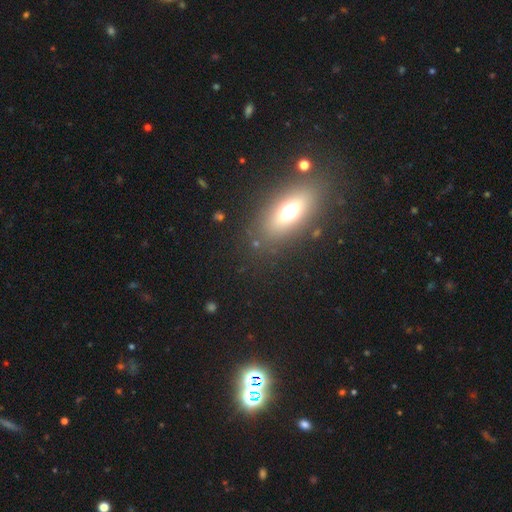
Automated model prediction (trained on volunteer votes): A smooth galaxy with no disk features (50%) that is in between round and cigar-shaped (71%).

Vote fractions:
- Smooth or featured? smooth: 50% / featured or disk: 30% / star or artifact: 20%
- How rounded? in between: 71% / cigar-shaped: 21% / round: 8%
- Merging? none: 81% / minor disturbance: 11% / major disturbance: 4% / merger: 4%